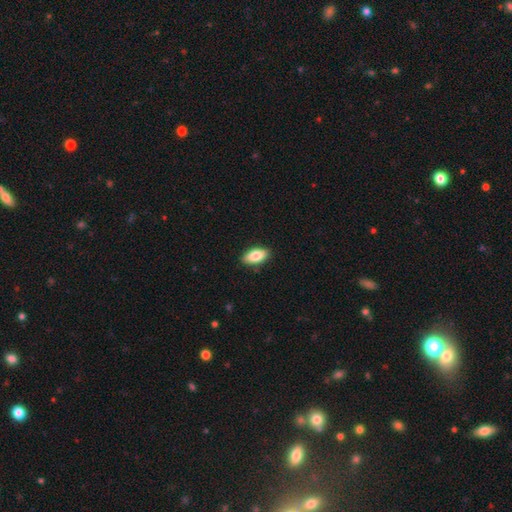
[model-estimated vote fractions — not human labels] Smooth or featured? smooth (83%)
How rounded? in between (89%)
Merging? none (88%)